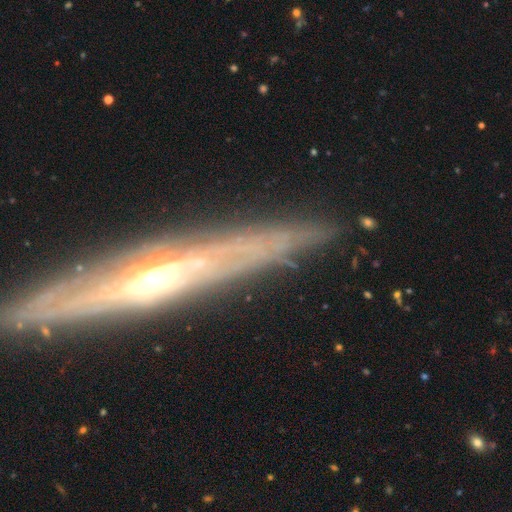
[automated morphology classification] smooth_or_featured: featured or disk (p=0.56) [alt: star or artifact p=0.22]
disk_edge_on: yes (p=0.73) [alt: no p=0.27]
merging: none (p=0.79) [alt: minor disturbance p=0.12]